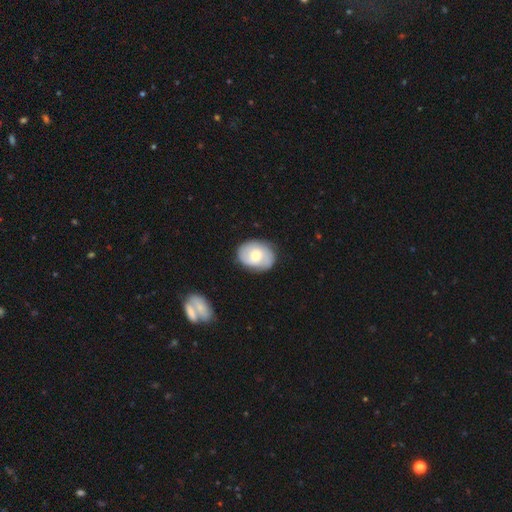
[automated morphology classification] Smooth or featured: featured or disk — 47% (tied with smooth — 47%)
Merging: none — 81% (minor disturbance — 14%)